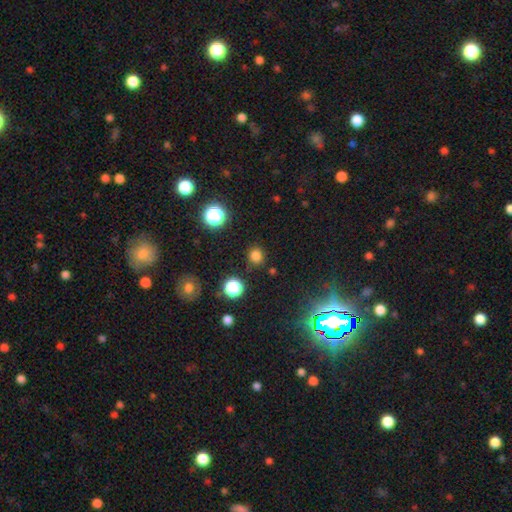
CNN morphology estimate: smooth 77%, star or artifact 19%, featured or disk 4%. Down the decision tree: how rounded — round (87%); merging — none (87%).